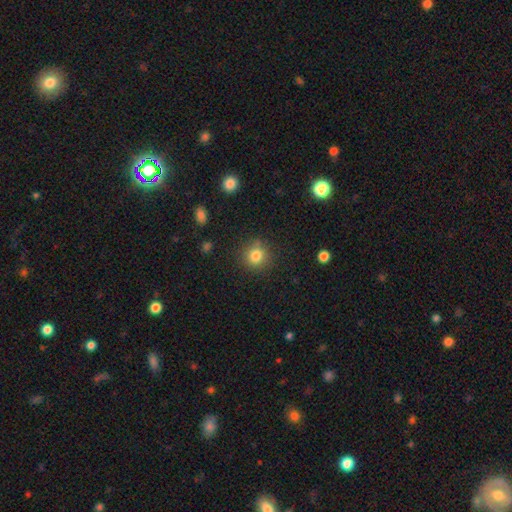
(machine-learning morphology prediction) smooth-or-featured: smooth: 81% | star or artifact: 12% | featured or disk: 7%
  how-rounded: round: 90% | in between: 9% | cigar-shaped: 1%
  merging: none: 87% | minor disturbance: 9% | major disturbance: 3% | merger: 2%